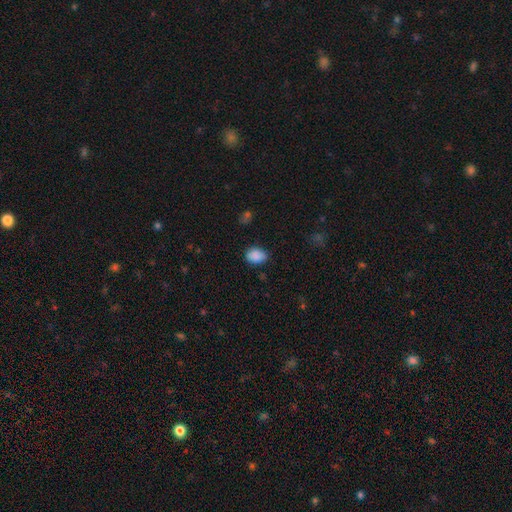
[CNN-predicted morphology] Q: Smooth or featured?
A: smooth (87%); runner-up: star or artifact (8%)
Q: How rounded?
A: in between (74%); runner-up: round (25%)
Q: Merging?
A: none (73%); runner-up: minor disturbance (21%)